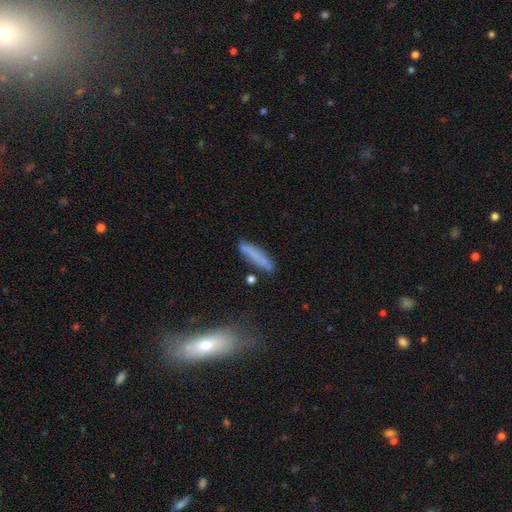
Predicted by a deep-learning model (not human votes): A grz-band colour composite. It shows a smooth galaxy with no disk features (74%) that is cigar-shaped (87%). Merging: none (78%).